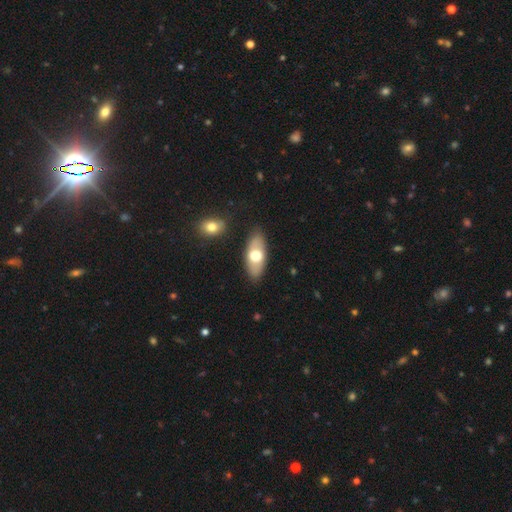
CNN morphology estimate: This appears to be a smooth galaxy with no disk features (61%) that is in between round and cigar-shaped (85%). Merging: none (84%).